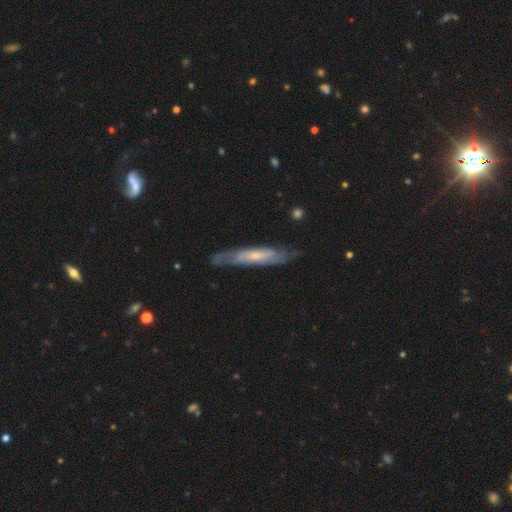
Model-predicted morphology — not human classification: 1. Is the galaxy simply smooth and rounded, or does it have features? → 67% featured or disk, 27% smooth, 5% star or artifact.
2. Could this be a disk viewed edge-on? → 50% no (tied), 50% yes (tied).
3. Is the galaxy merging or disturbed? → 72% none, 20% minor disturbance, 6% major disturbance, 2% merger.